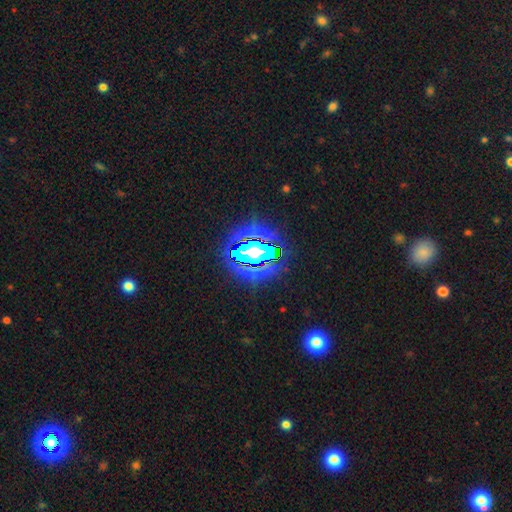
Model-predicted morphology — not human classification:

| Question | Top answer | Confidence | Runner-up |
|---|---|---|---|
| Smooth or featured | star or artifact | 82% | smooth (10%) |